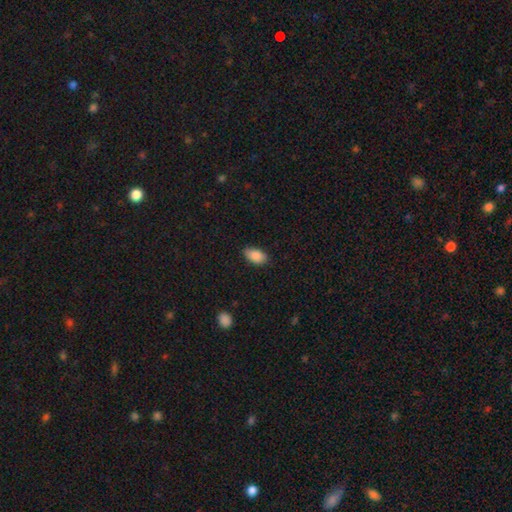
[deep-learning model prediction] This appears to be a smooth galaxy with no disk features (89%) that is in between round and cigar-shaped (93%). Merging: none (82%).